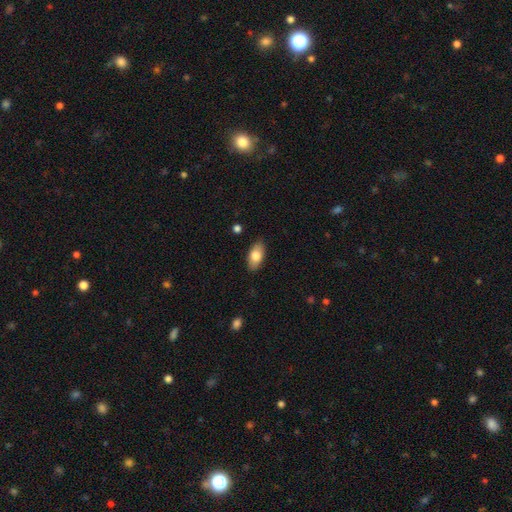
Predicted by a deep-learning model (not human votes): smooth 79%, featured or disk 14%, star or artifact 7%. Down the decision tree: how rounded — in between (91%); merging — none (87%).